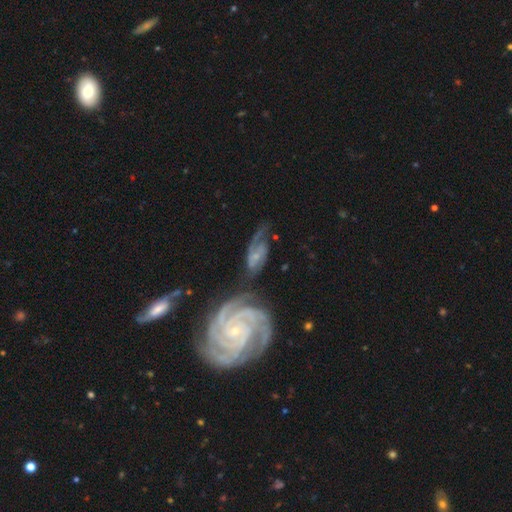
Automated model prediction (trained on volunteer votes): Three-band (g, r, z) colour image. It shows a featured or disk galaxy (79%) with no bar (50%), 2 (72%) medium (41%) spiral arms (95%) and a small central bulge (63%). Merging: none (39%).